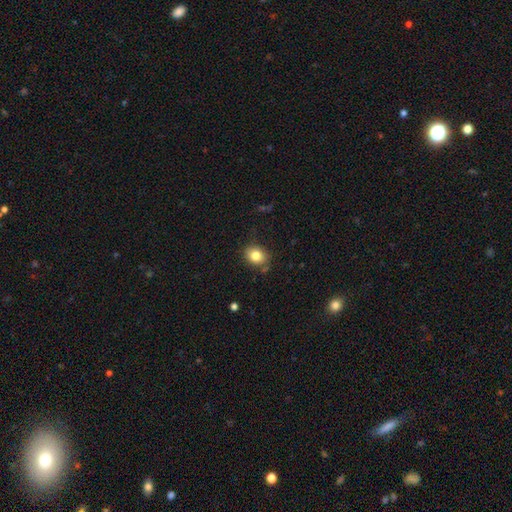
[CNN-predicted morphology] smooth_or_featured: smooth (p=0.82) [alt: star or artifact p=0.10]
how_rounded: round (p=0.52) [alt: in between p=0.47]
merging: none (p=0.80) [alt: minor disturbance p=0.13]